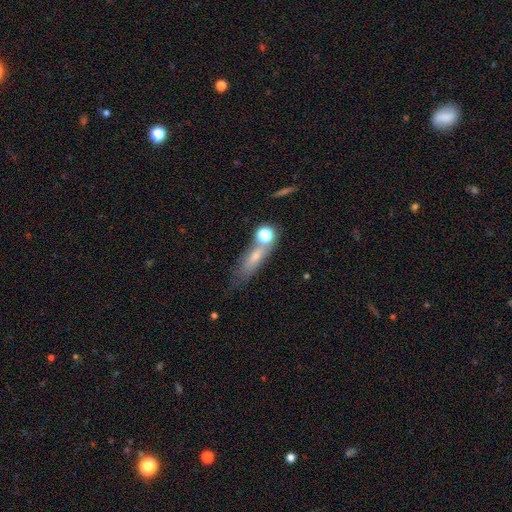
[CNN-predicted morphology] Smooth or featured?
  - smooth: 62% *
  - featured or disk: 24%
  - star or artifact: 14%
How rounded?
  - cigar-shaped: 49% *
  - in between: 40%
  - round: 10%
Merging?
  - none: 53% *
  - merger: 19%
  - minor disturbance: 18%
  - major disturbance: 10%